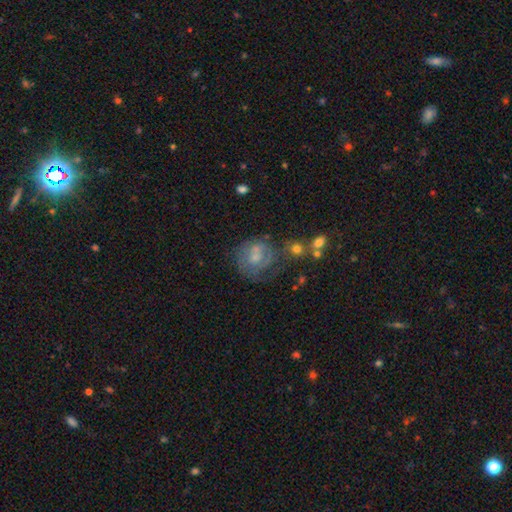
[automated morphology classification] smooth-or-featured: smooth: 46% | featured or disk: 44% | star or artifact: 10%
  merging: none: 41% | major disturbance: 26% | minor disturbance: 23% | merger: 9%